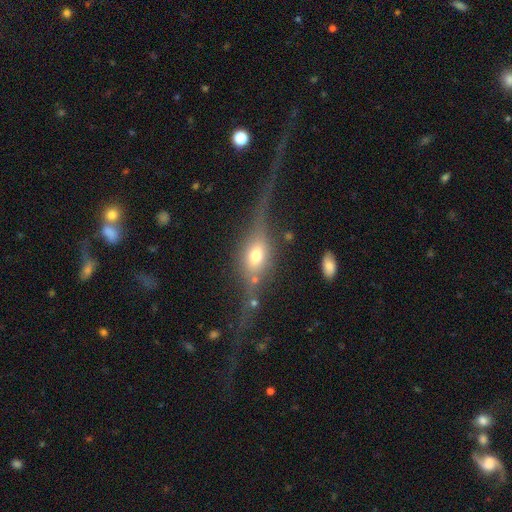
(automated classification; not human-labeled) smooth_or_featured: featured or disk (p=0.59) [alt: smooth p=0.30]
disk_edge_on: yes (p=0.82) [alt: no p=0.18]
merging: none (p=0.58) [alt: minor disturbance p=0.19]